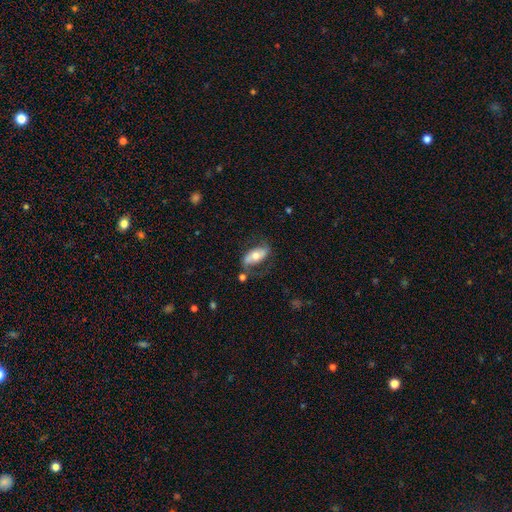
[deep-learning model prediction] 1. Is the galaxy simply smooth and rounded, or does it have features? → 51% featured or disk, 42% smooth, 6% star or artifact.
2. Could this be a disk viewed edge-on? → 86% no, 14% yes.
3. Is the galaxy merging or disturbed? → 59% none, 22% minor disturbance, 13% major disturbance, 6% merger.